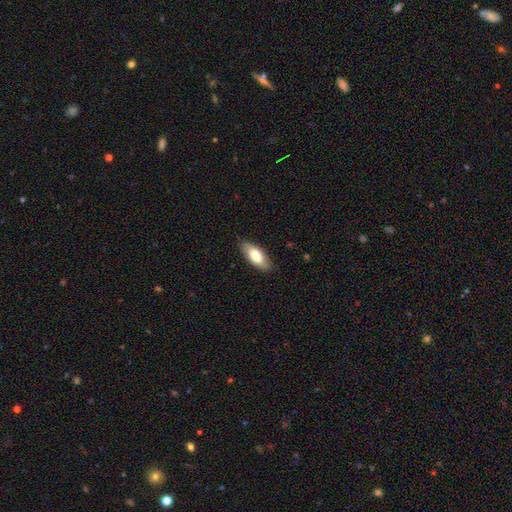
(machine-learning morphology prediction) Smooth or featured: smooth — 74% (featured or disk — 20%)
How rounded: in between — 84% (cigar-shaped — 14%)
Merging: none — 86% (minor disturbance — 11%)